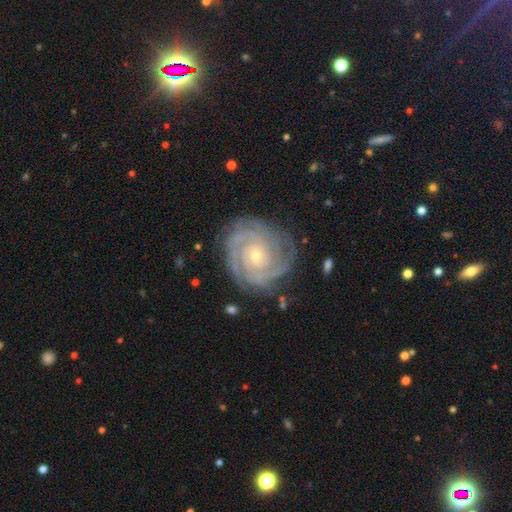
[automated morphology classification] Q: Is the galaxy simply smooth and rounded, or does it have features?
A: featured or disk — 90%.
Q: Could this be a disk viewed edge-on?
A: no — 98%.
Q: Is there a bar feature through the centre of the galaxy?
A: no — 75%.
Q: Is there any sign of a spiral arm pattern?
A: yes — 98%.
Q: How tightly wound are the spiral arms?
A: tight — 84%.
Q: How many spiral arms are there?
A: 3 — 25%.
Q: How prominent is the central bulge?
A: small — 74%.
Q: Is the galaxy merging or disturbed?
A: none — 81%.